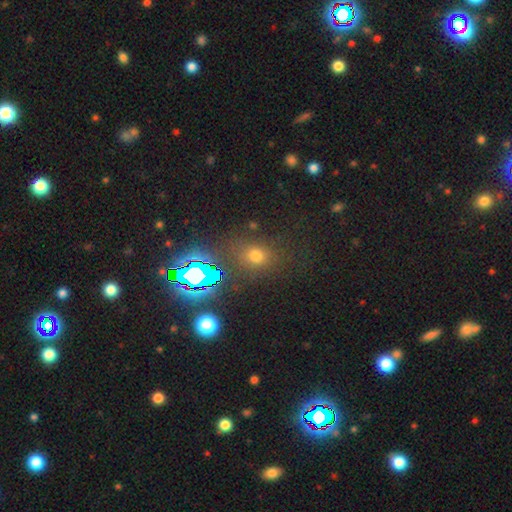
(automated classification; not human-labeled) Q: Smooth or featured?
A: smooth (62%); runner-up: star or artifact (30%)
Q: How rounded?
A: round (62%); runner-up: in between (36%)
Q: Merging?
A: none (79%); runner-up: minor disturbance (11%)